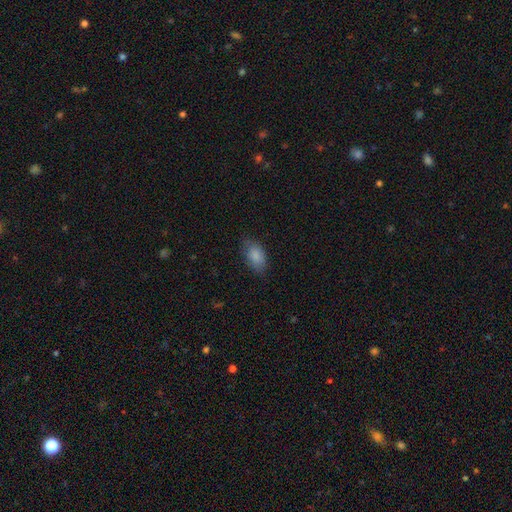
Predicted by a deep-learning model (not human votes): Smooth or featured?
  - smooth: 86% *
  - star or artifact: 7%
  - featured or disk: 7%
How rounded?
  - in between: 90% *
  - round: 7%
  - cigar-shaped: 2%
Merging?
  - none: 71% *
  - minor disturbance: 22%
  - major disturbance: 5%
  - merger: 1%